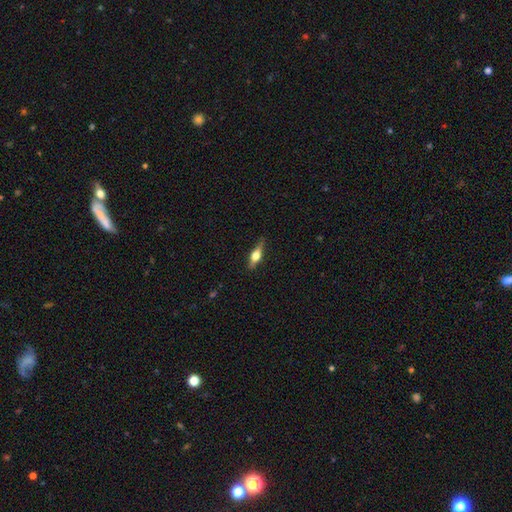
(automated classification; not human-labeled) Morphology: type=featured or disk (59%); edge-on=yes (95%); edge-on bulge=rounded (95%); merging=none (85%).